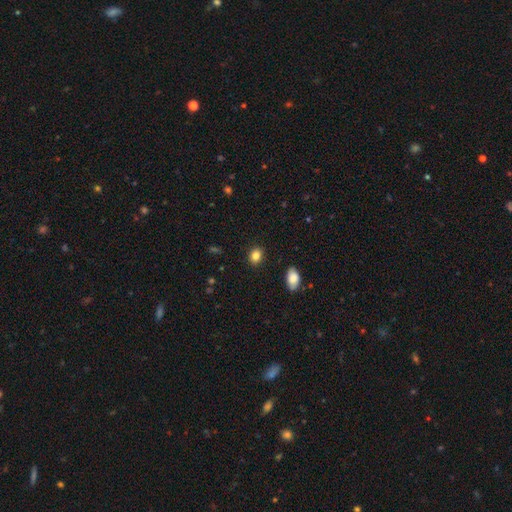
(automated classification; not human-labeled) Morphology: type=smooth (85%); roundness=round (52%); merging=none (89%).